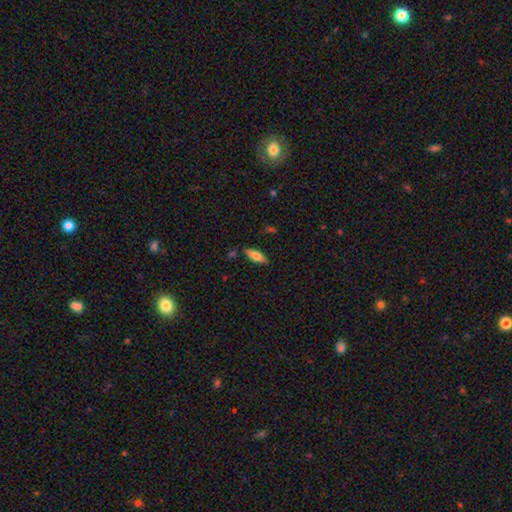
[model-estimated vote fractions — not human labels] This appears to be a smooth galaxy with no disk features (78%) that is in between round and cigar-shaped (69%). Merging: none (80%).